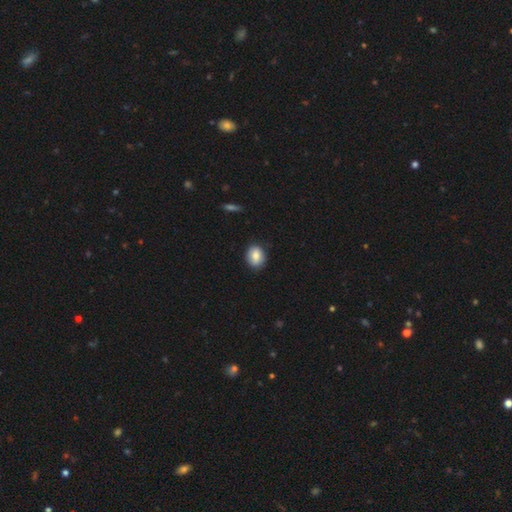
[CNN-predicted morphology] Overall: smooth (80%). How rounded: in between (51%; round 47%). Merging: none (85%).